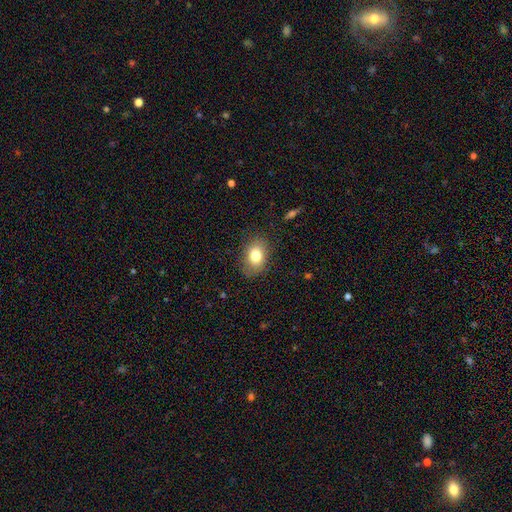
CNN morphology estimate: Q: Smooth or featured?
A: smooth (79%); runner-up: featured or disk (12%)
Q: How rounded?
A: in between (75%); runner-up: round (24%)
Q: Merging?
A: none (81%); runner-up: minor disturbance (14%)